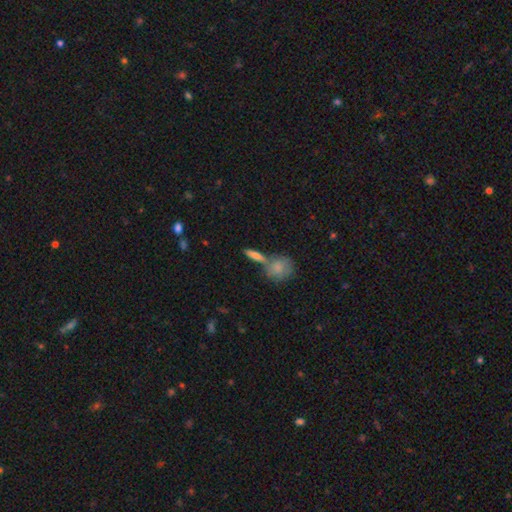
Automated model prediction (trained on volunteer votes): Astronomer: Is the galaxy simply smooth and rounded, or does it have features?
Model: smooth — 63%.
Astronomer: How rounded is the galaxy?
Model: cigar-shaped — 51% (runner-up: in between, 38%).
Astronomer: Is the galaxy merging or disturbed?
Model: none — 56%.